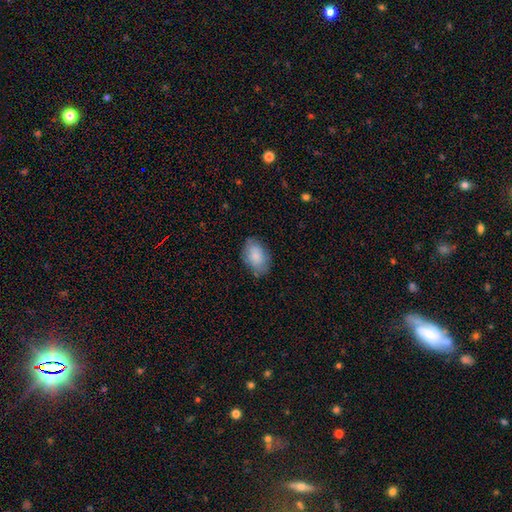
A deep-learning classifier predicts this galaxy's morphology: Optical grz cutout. It shows a smooth galaxy with no disk features (85%) that is in between round and cigar-shaped (90%). Merging: none (75%).